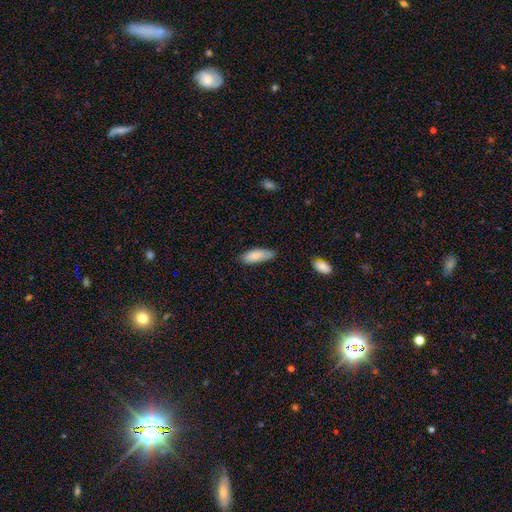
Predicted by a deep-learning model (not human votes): This is clearly a smooth galaxy (86%). How rounded: likely in between (68%). Merging: likely none (76%).